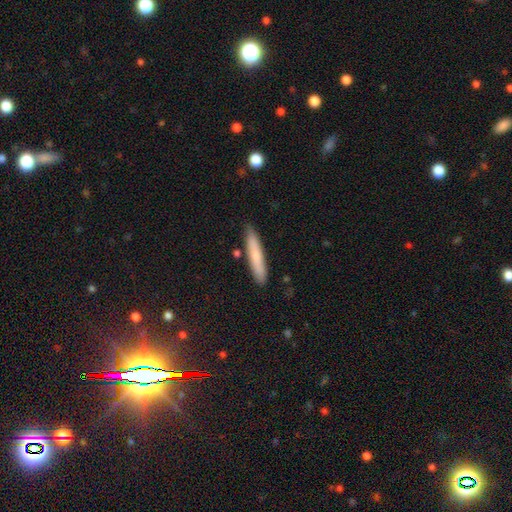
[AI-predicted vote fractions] A smooth galaxy with no disk features (73%) that is cigar-shaped (92%). Merging: none (86%).